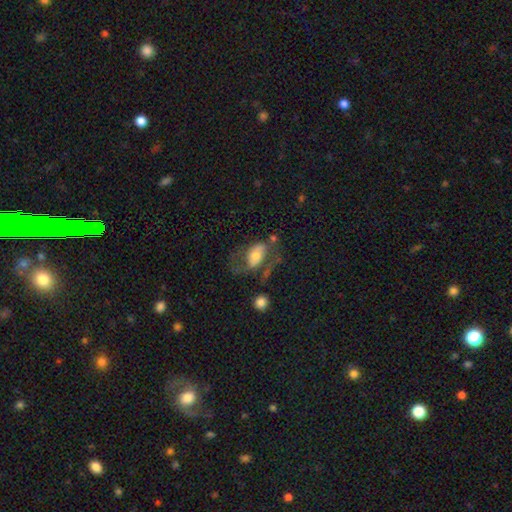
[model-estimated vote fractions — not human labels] This appears to be a smooth galaxy with no disk features (48%). Merging: major disturbance (37%).